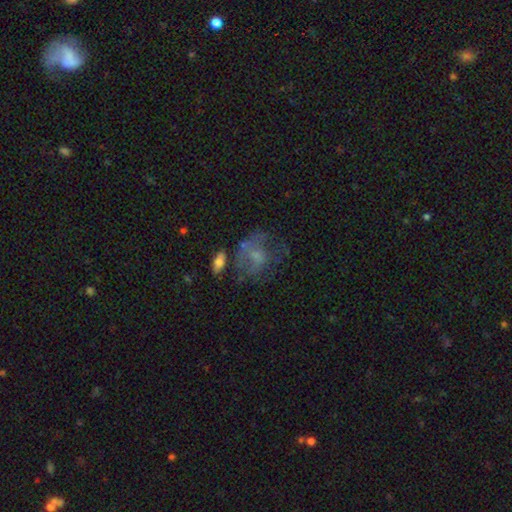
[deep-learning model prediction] featured or disk 44%, smooth 43%, star or artifact 14%. Down the decision tree: merging — none (38%).